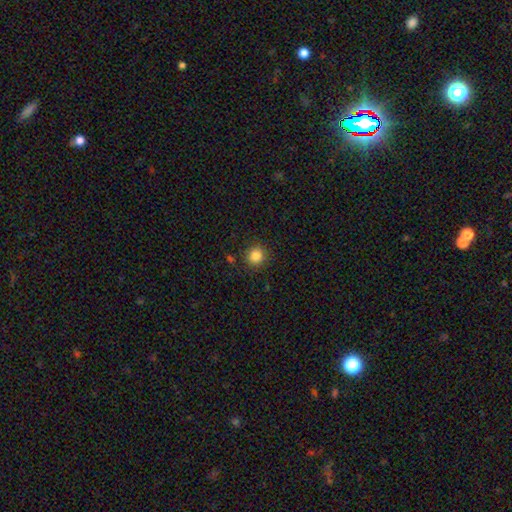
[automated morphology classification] Smooth or featured? Predicted: smooth (p=0.83). How rounded? Predicted: round (p=0.93). Merging? Predicted: none (p=0.90).